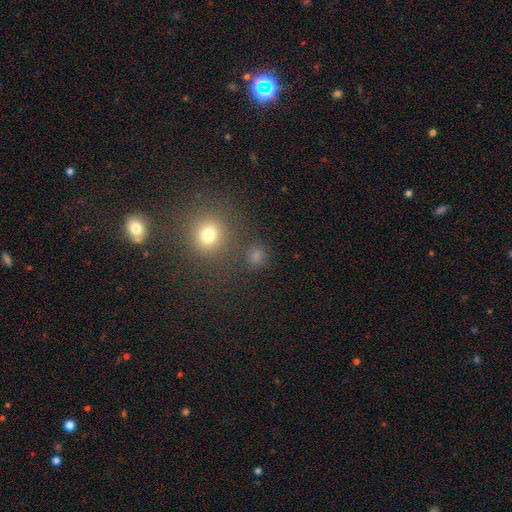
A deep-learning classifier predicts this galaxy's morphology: The model was most divided on "smooth or featured": smooth: 65%, star or artifact: 28%, featured or disk: 7%. More confident: how rounded — round (87%); merging — none (77%).